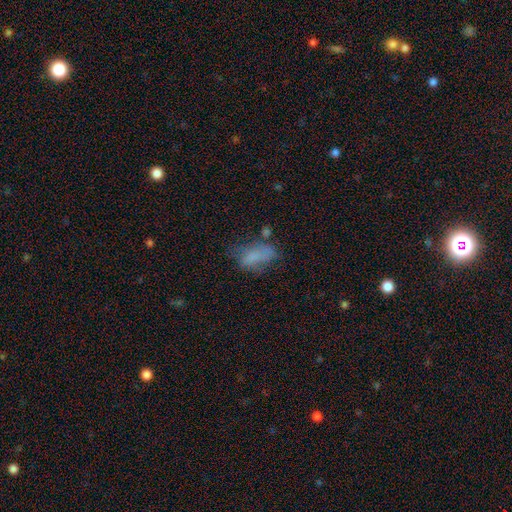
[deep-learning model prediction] smooth_or_featured: smooth (p=0.67) [alt: featured or disk p=0.21]
how_rounded: in between (p=0.86) [alt: cigar-shaped p=0.09]
merging: none (p=0.40) [alt: minor disturbance p=0.29]